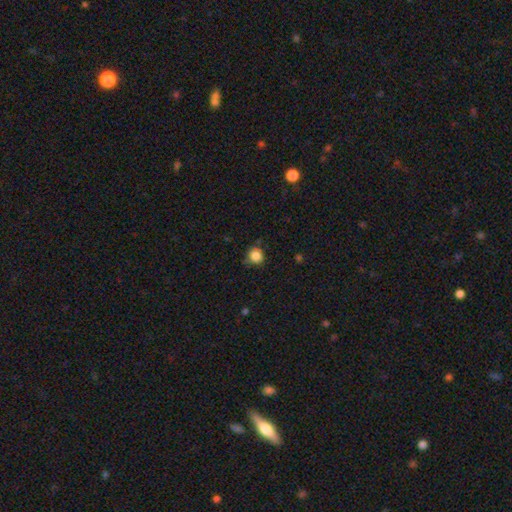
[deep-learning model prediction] Morphology: type=smooth (84%); roundness=round (87%); merging=none (76%).